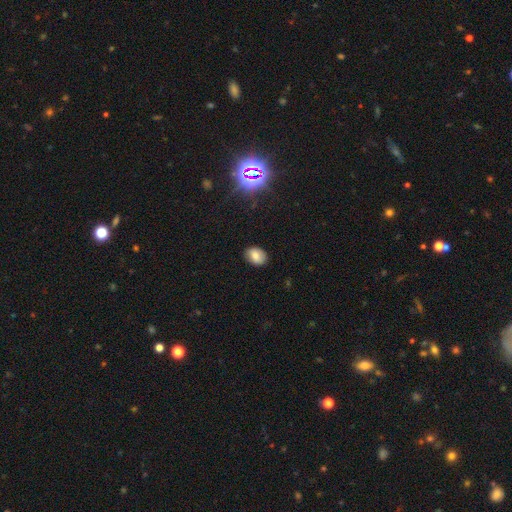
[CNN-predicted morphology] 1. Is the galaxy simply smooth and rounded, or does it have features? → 76% smooth, 12% featured or disk, 12% star or artifact.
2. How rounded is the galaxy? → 72% in between, 27% round, 1% cigar-shaped.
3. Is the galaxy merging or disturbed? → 86% none, 11% minor disturbance, 2% major disturbance, 1% merger.